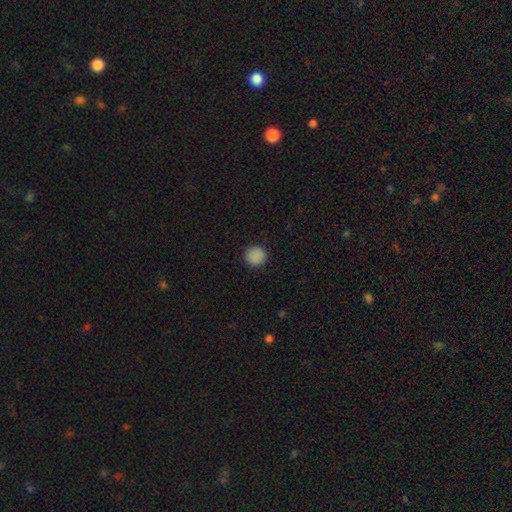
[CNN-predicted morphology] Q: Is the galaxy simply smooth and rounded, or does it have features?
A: smooth — 88%.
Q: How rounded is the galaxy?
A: round — 94%.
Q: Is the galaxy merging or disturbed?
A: none — 91%.